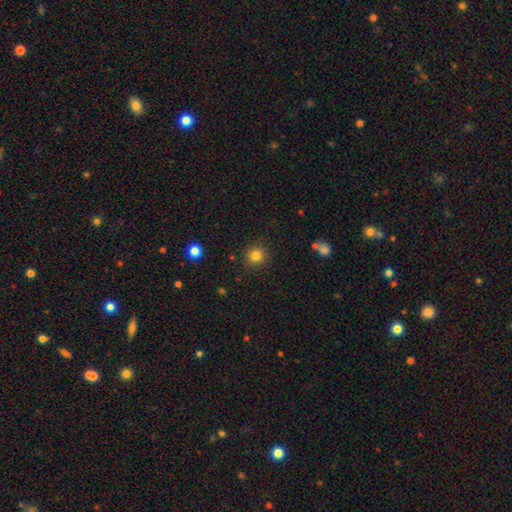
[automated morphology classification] Smooth or featured?
  - smooth: 82% *
  - star or artifact: 12%
  - featured or disk: 6%
How rounded?
  - round: 91% *
  - in between: 8%
  - cigar-shaped: 1%
Merging?
  - none: 87% *
  - minor disturbance: 9%
  - major disturbance: 3%
  - merger: 2%